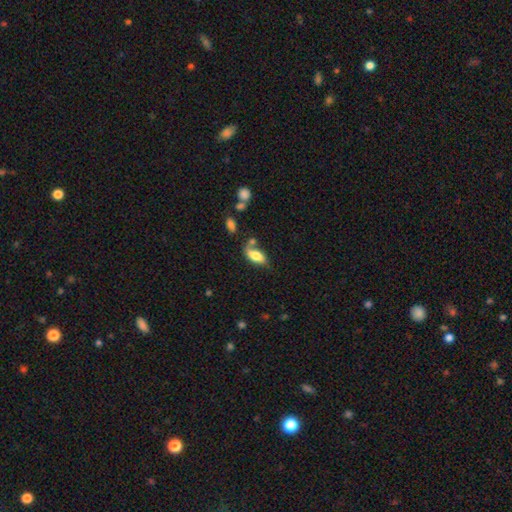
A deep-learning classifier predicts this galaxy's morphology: Overall: smooth (76%). How rounded: in between (88%). Merging: none (49%; minor disturbance 23%).